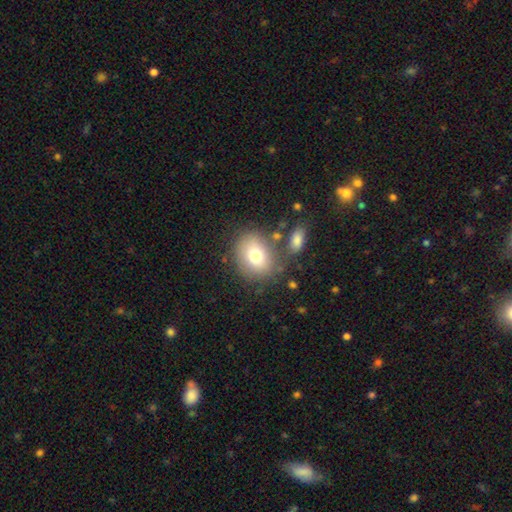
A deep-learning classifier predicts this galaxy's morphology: smooth-or-featured: smooth: 74% | featured or disk: 16% | star or artifact: 10%
  how-rounded: round: 55% | in between: 44% | cigar-shaped: 1%
  merging: none: 71% | minor disturbance: 14% | merger: 9% | major disturbance: 6%